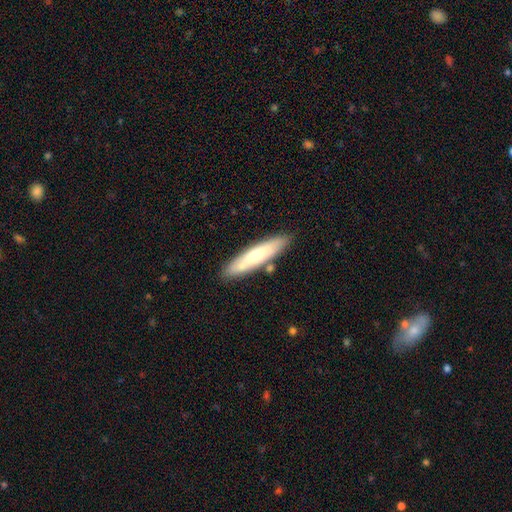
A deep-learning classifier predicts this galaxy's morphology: The model was most divided on "smooth or featured": smooth: 59%, featured or disk: 35%, star or artifact: 6%. More confident: merging — none (84%); how rounded — cigar-shaped (82%).